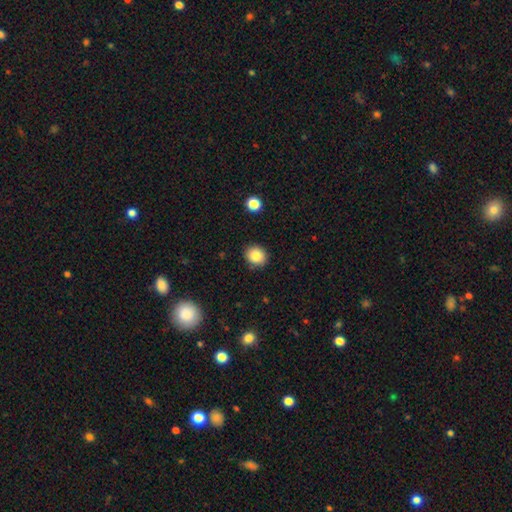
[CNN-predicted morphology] Smooth or featured: smooth — 85% (star or artifact — 10%)
How rounded: round — 75% (in between — 24%)
Merging: none — 89% (minor disturbance — 8%)